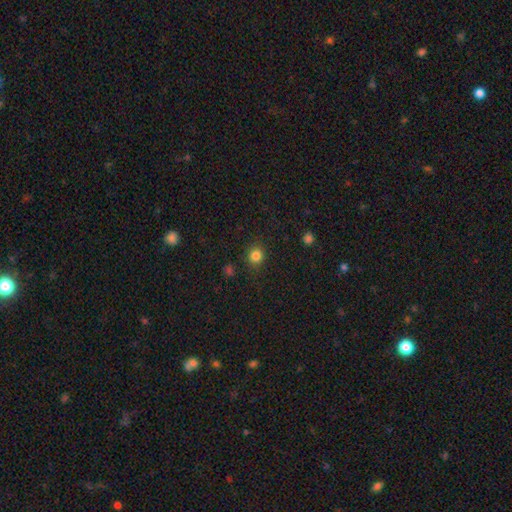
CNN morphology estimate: Smooth or featured? smooth (82%)
How rounded? round (86%)
Merging? none (86%)